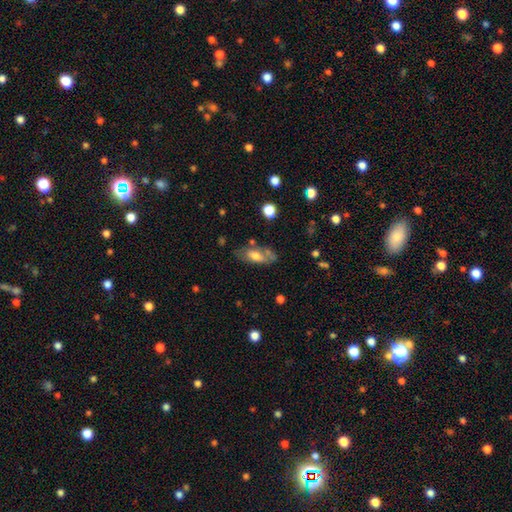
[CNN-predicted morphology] smooth_or_featured: smooth (p=0.57) [alt: featured or disk p=0.35]
how_rounded: in between (p=0.81) [alt: cigar-shaped p=0.16]
merging: none (p=0.60) [alt: minor disturbance p=0.23]